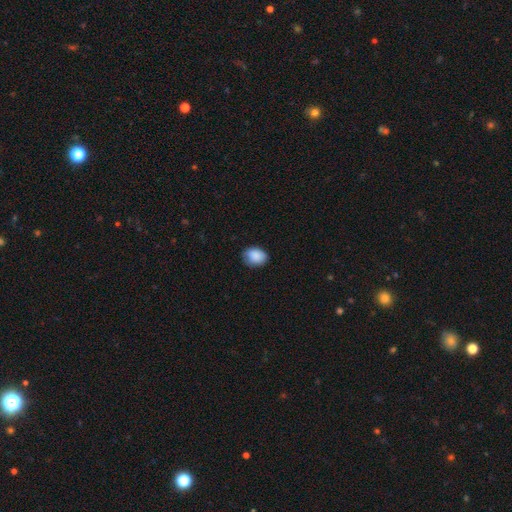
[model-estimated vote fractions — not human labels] smooth 88%, star or artifact 7%, featured or disk 4%. Down the decision tree: how rounded — in between (63%); merging — none (74%).